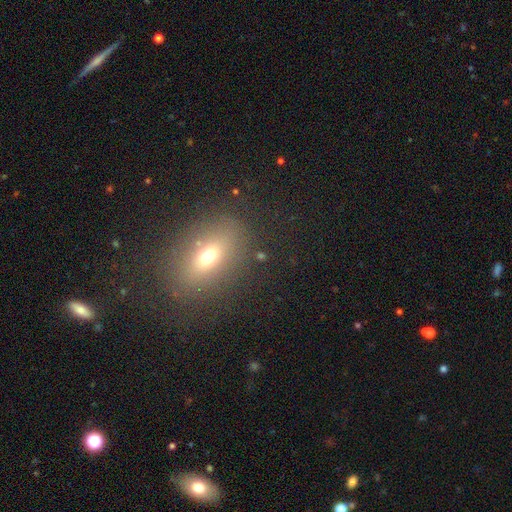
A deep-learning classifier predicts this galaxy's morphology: This appears to be a smooth galaxy with no disk features (60%) that is in between round and cigar-shaped (73%). Merging: none (82%).